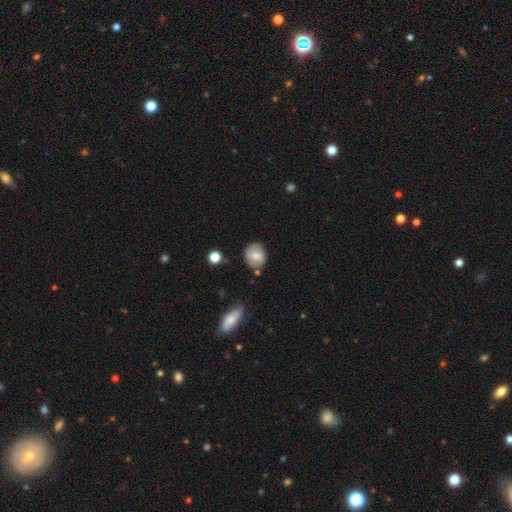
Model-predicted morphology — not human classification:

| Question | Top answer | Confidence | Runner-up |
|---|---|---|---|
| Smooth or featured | smooth | 72% | featured or disk (20%) |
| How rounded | round | 67% | in between (32%) |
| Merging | none | 72% | minor disturbance (20%) |